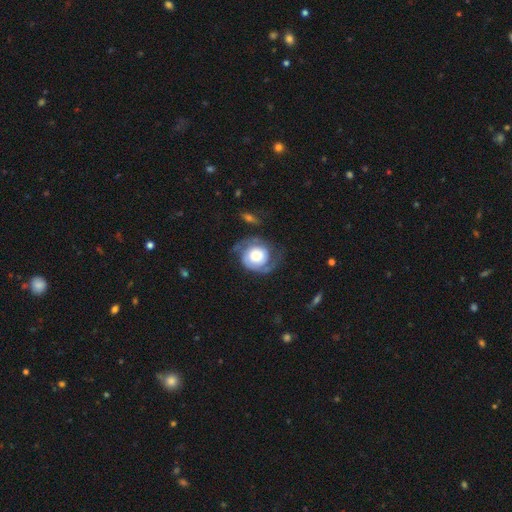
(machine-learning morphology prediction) smooth-or-featured: featured or disk: 70% | smooth: 24% | star or artifact: 6%
  disk-edge-on: no: 97% | yes: 3%
    bar: no: 79% | weak: 17% | strong: 4%
    has-spiral-arms: yes: 91% | no: 9%
      spiral-winding: tight: 40% | medium: 38% | loose: 22%
      spiral-arm-count: 2: 79% | 1: 9% | can't tell: 6% | 3: 2% | 4: 1% | more than 4: 1%
    bulge-size: large: 44% | moderate: 28% | dominant: 15% | small: 10% | none: 3%
  merging: none: 57% | minor disturbance: 23% | major disturbance: 18% | merger: 2%